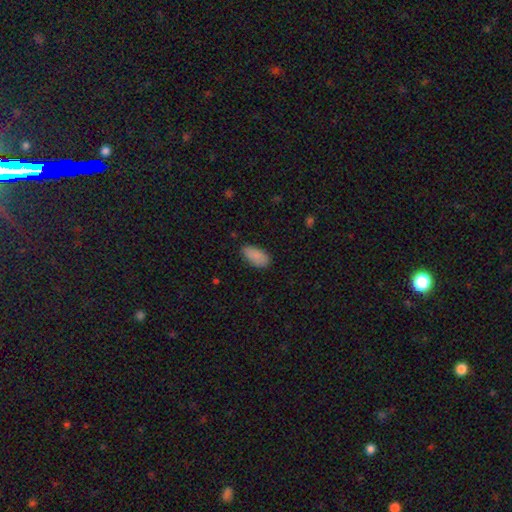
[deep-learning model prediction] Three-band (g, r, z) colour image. It shows a smooth galaxy with no disk features (87%) that is in between round and cigar-shaped (94%). Merging: none (80%).